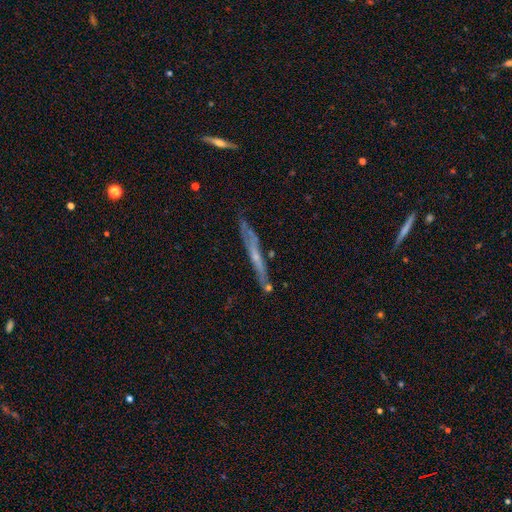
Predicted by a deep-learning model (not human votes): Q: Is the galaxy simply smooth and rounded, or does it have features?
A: featured or disk — 62%.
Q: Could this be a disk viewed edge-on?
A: yes — 88%.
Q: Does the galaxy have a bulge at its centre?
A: none — 64%.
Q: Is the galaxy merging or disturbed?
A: none — 74%.